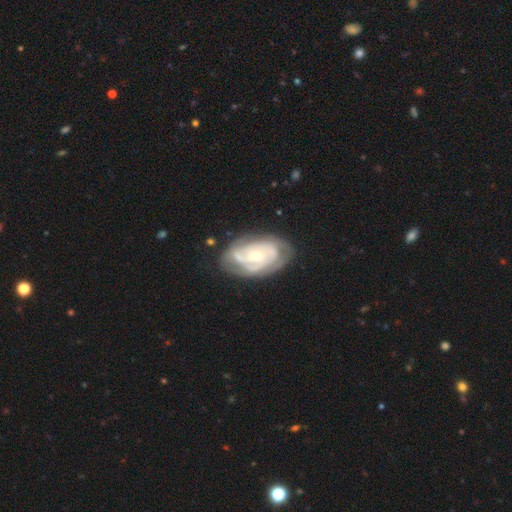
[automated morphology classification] Smooth or featured? Predicted: featured or disk (p=0.81). Edge-on disk? Predicted: no (p=0.96). Bar? Predicted: no (p=0.63). Spiral arms? Predicted: yes (p=0.93). Spiral winding? Predicted: tight (p=0.67). Spiral arm count? Predicted: 2 (p=0.33). Bulge size? Predicted: small (p=0.52). Merging? Predicted: none (p=0.72).